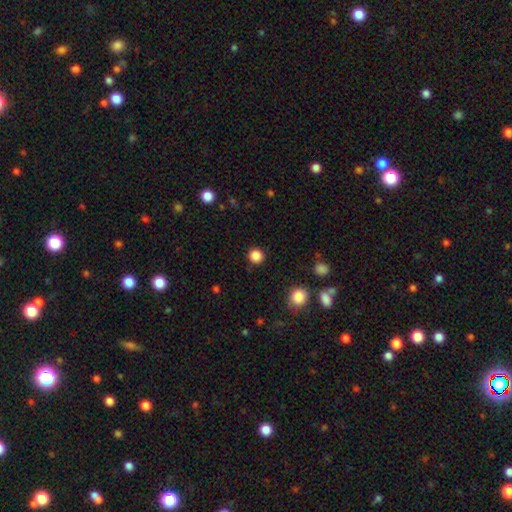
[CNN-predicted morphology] Smooth or featured? smooth (86%)
How rounded? round (92%)
Merging? none (91%)